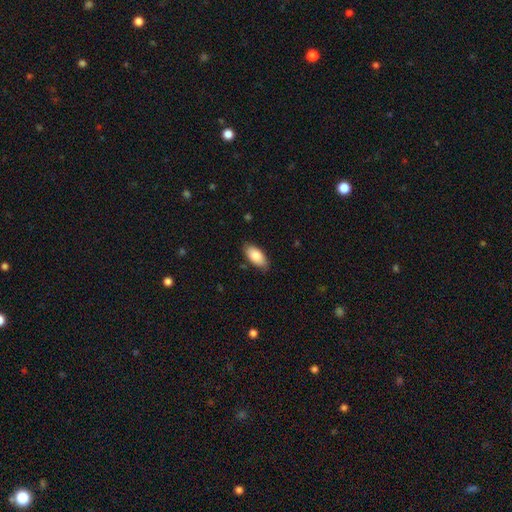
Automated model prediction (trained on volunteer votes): A smooth galaxy with no disk features (86%) that is in between round and cigar-shaped (92%). Merging: none (83%).